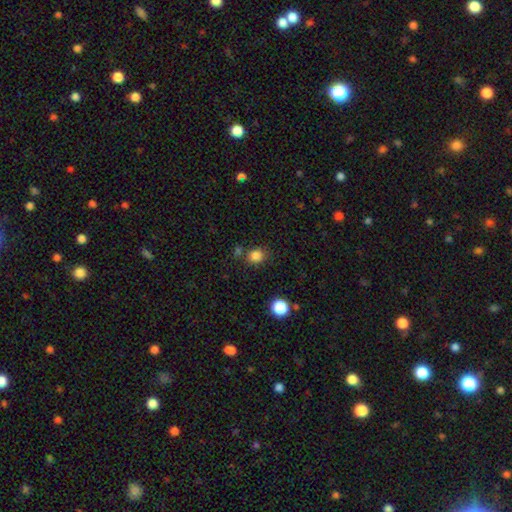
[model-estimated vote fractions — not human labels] smooth-or-featured: smooth: 83% | star or artifact: 13% | featured or disk: 4%
  how-rounded: round: 69% | in between: 30% | cigar-shaped: 1%
  merging: none: 74% | minor disturbance: 13% | merger: 9% | major disturbance: 4%